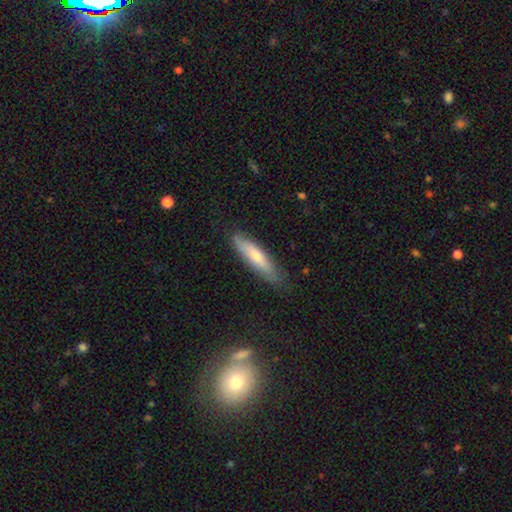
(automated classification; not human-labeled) smooth 62%, featured or disk 32%, star or artifact 7%. Down the decision tree: how rounded — cigar-shaped (77%); merging — none (77%).